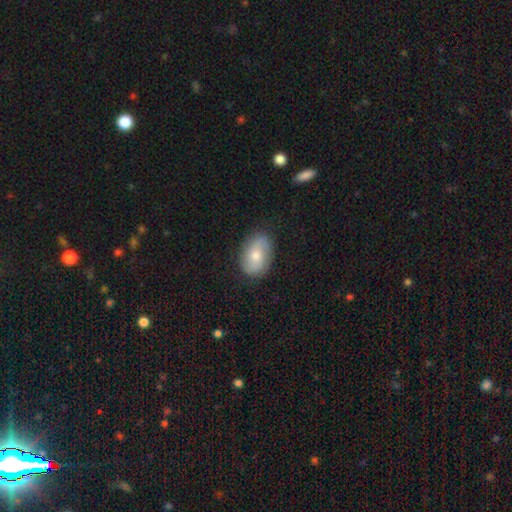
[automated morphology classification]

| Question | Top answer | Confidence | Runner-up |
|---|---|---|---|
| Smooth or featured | smooth | 53% | featured or disk (40%) |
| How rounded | in between | 78% | round (20%) |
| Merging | none | 82% | minor disturbance (14%) |